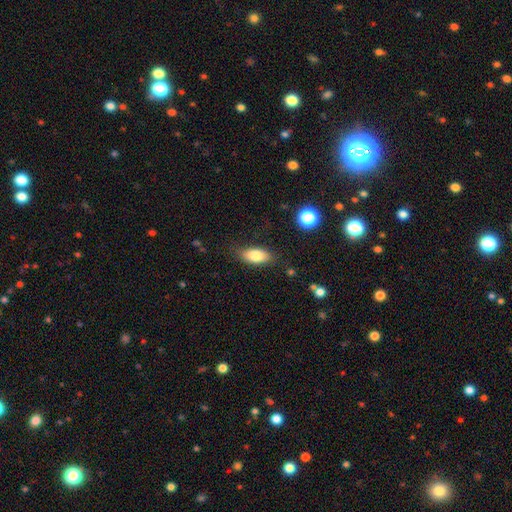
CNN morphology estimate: Smooth or featured? smooth (80%)
How rounded? in between (85%)
Merging? none (81%)